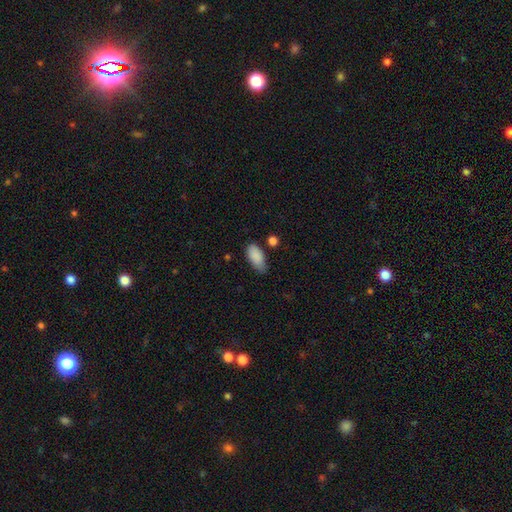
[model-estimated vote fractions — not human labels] A smooth galaxy with no disk features (88%) that is in between round and cigar-shaped (91%). Merging: none (60%).